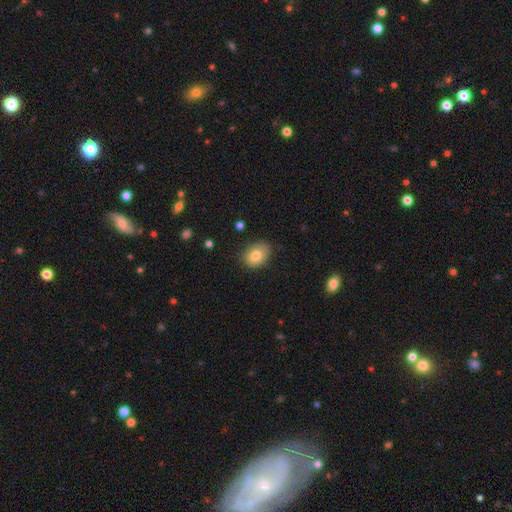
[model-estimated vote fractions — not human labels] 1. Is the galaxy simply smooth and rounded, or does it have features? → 78% smooth, 14% featured or disk, 8% star or artifact.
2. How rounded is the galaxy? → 68% in between, 32% round, 1% cigar-shaped.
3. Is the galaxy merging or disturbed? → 75% none, 20% minor disturbance, 4% major disturbance, 1% merger.